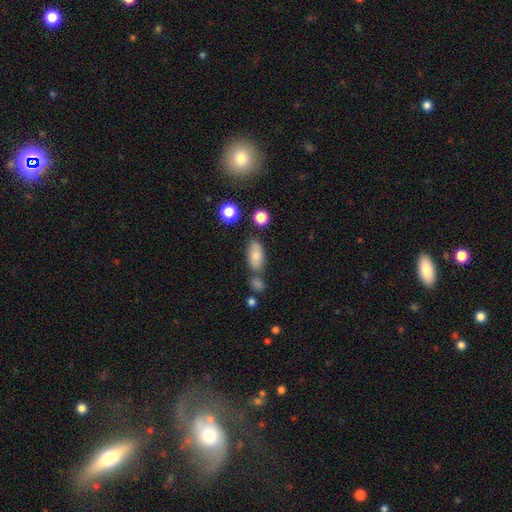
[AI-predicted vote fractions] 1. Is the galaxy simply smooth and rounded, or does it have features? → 79% smooth, 12% featured or disk, 9% star or artifact.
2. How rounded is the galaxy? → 87% in between, 9% cigar-shaped, 5% round.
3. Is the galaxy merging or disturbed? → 67% none, 16% minor disturbance, 13% merger, 5% major disturbance.